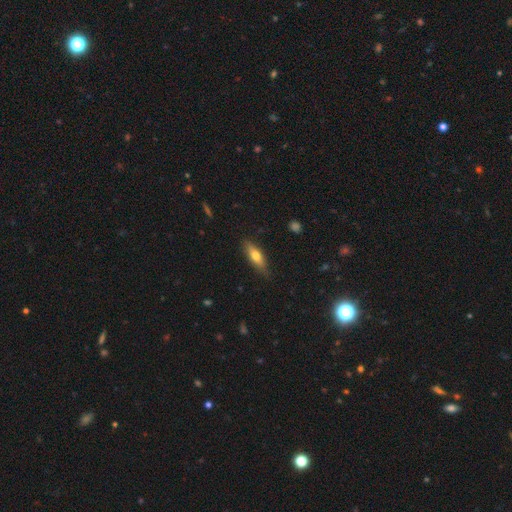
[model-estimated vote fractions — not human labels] This is likely a smooth galaxy (66%). How rounded: possibly cigar-shaped (49%). Merging: clearly none (80%).